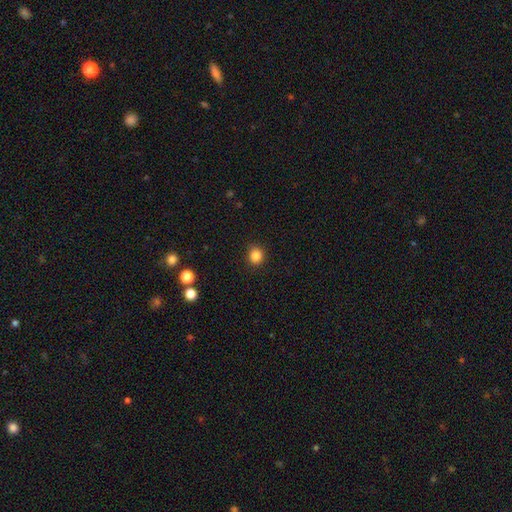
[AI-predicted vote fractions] Smooth or featured? Predicted: smooth (p=0.85). How rounded? Predicted: round (p=0.83). Merging? Predicted: none (p=0.88).